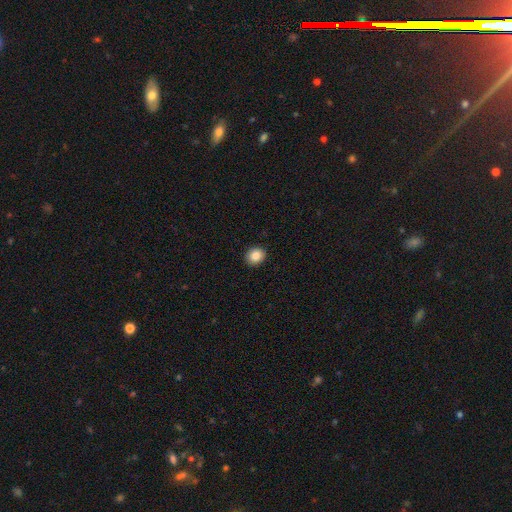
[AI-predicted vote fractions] smooth-or-featured: smooth: 86% | star or artifact: 9% | featured or disk: 5%
  how-rounded: round: 67% | in between: 32% | cigar-shaped: 1%
  merging: none: 92% | minor disturbance: 6% | major disturbance: 2% | merger: 1%